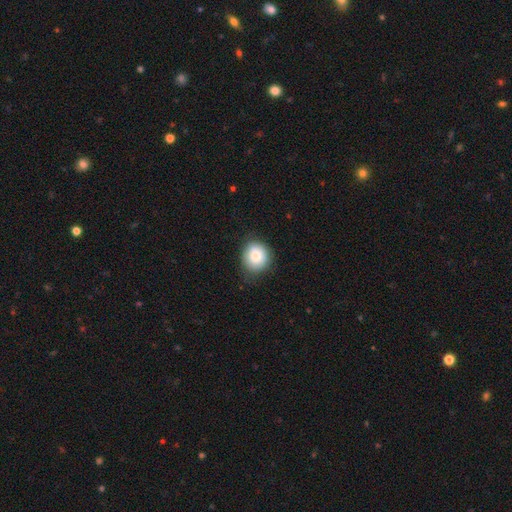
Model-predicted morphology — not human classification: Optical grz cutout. It shows a smooth galaxy with no disk features (80%) that is round (81%). Merging: none (77%).